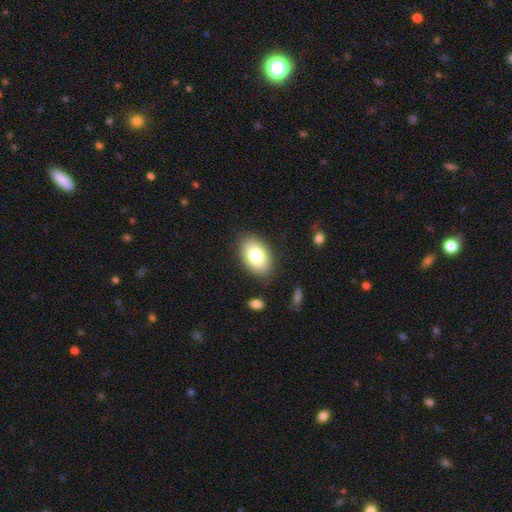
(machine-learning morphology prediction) Smooth or featured?
  - smooth: 78% *
  - featured or disk: 14%
  - star or artifact: 8%
How rounded?
  - in between: 89% *
  - round: 10%
  - cigar-shaped: 1%
Merging?
  - none: 85% *
  - minor disturbance: 10%
  - major disturbance: 3%
  - merger: 1%